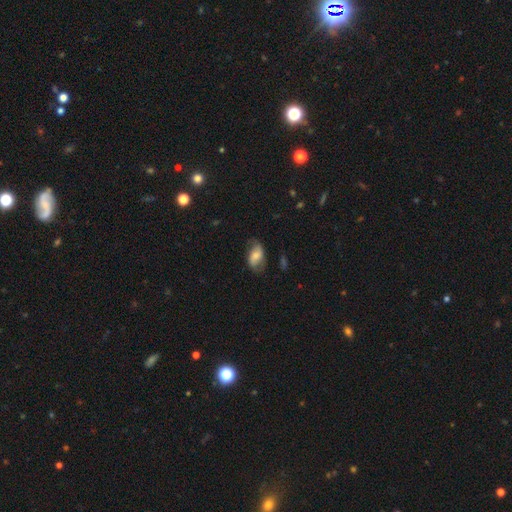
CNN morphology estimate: The model was most divided on "smooth or featured": smooth: 52%, featured or disk: 40%, star or artifact: 8%. More confident: how rounded — in between (90%); merging — none (64%).